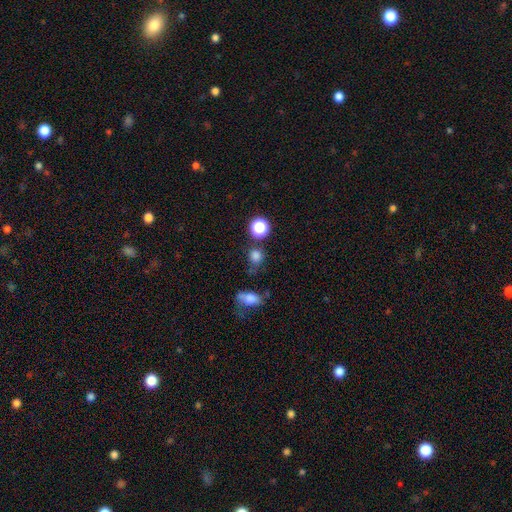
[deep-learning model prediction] Q: Smooth or featured?
A: smooth (77%); runner-up: star or artifact (18%)
Q: How rounded?
A: round (81%); runner-up: in between (17%)
Q: Merging?
A: none (66%); runner-up: minor disturbance (15%)